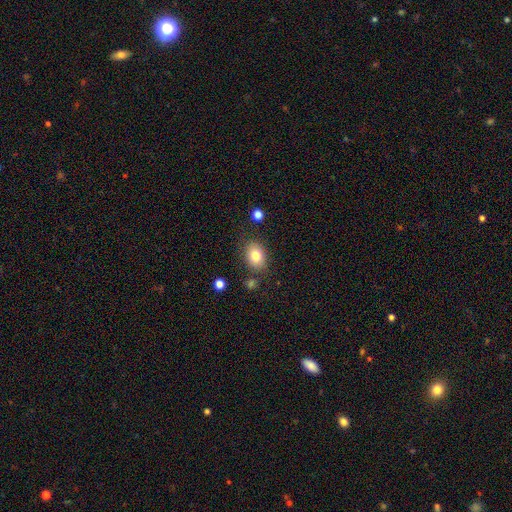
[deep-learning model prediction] Morphology: type=smooth (82%); roundness=in between (68%); merging=none (79%).